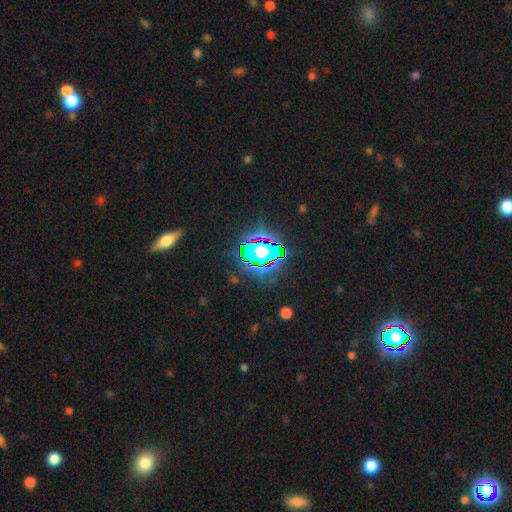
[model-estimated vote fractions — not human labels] smooth_or_featured: star or artifact (p=0.71) [alt: smooth p=0.15]